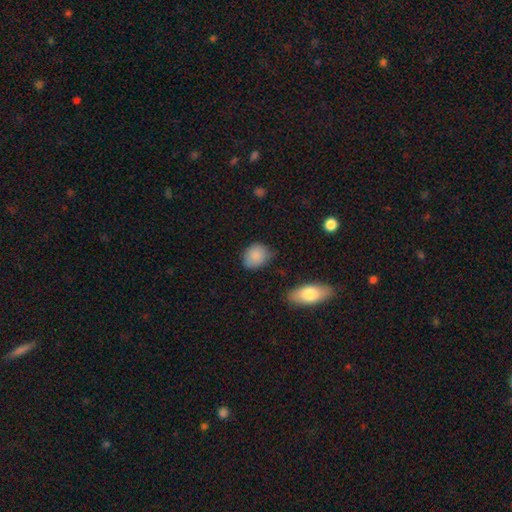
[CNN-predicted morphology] smooth_or_featured: smooth (p=0.87) [alt: star or artifact p=0.07]
how_rounded: round (p=0.52) [alt: in between p=0.46]
merging: none (p=0.72) [alt: minor disturbance p=0.22]